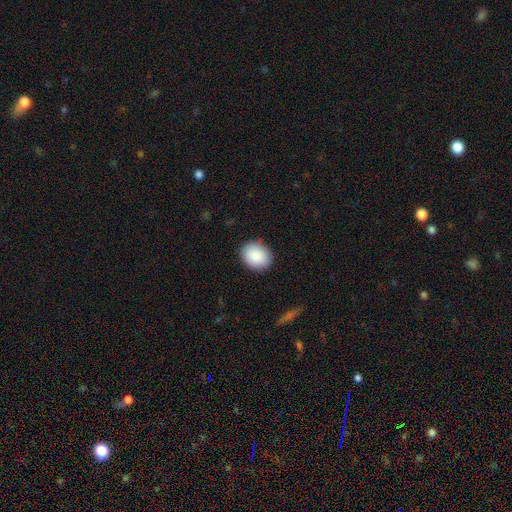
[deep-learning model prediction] Smooth or featured? smooth (89%)
How rounded? round (56%)
Merging? none (89%)